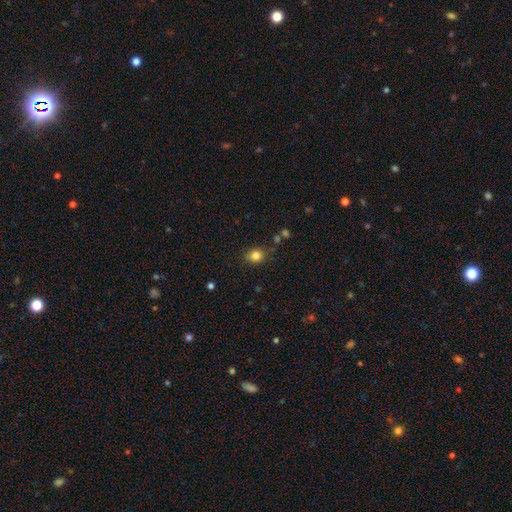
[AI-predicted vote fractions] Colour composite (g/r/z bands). It shows a smooth galaxy with no disk features (83%) that is round (66%). Merging: none (79%).